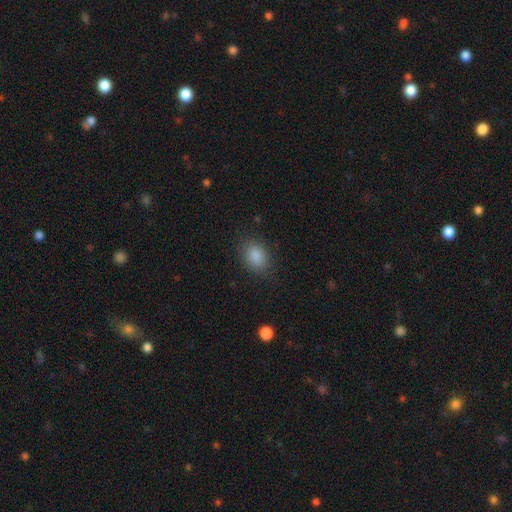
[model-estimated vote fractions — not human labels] smooth-or-featured: smooth: 85% | star or artifact: 10% | featured or disk: 5%
  how-rounded: in between: 71% | round: 28% | cigar-shaped: 1%
  merging: none: 84% | minor disturbance: 11% | major disturbance: 4% | merger: 1%